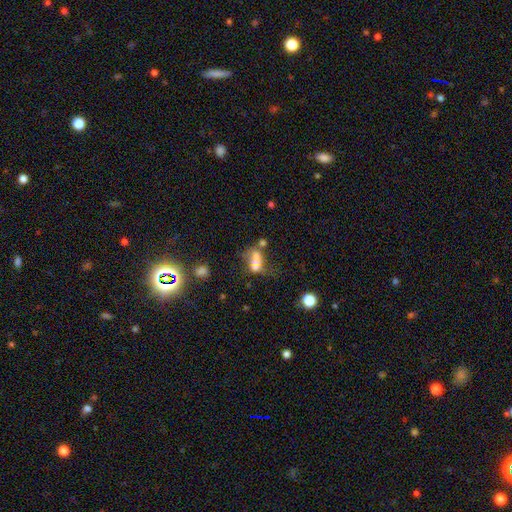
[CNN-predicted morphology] smooth_or_featured: smooth (p=0.56) [alt: featured or disk p=0.29]
how_rounded: in between (p=0.72) [alt: round p=0.20]
merging: merger (p=0.51) [alt: none p=0.19]